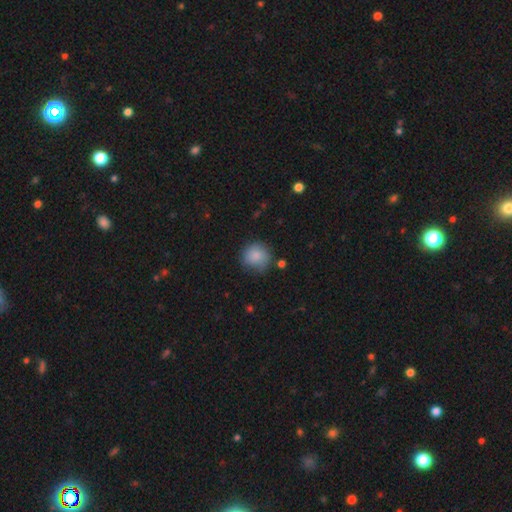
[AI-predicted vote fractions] Overall: smooth (85%). How rounded: round (89%). Merging: none (70%).